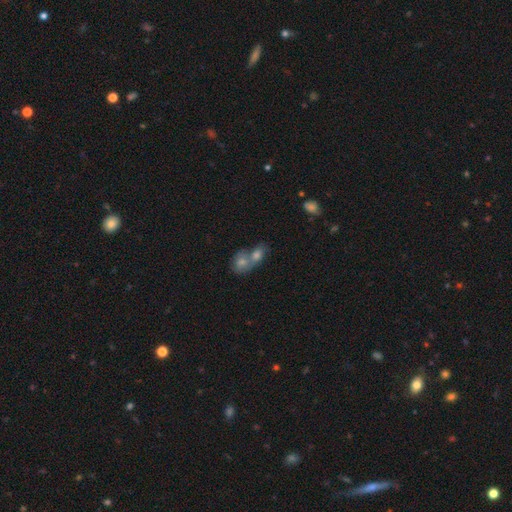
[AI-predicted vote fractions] Smooth or featured? Predicted: smooth (p=0.59). How rounded? Predicted: round (p=0.50). Merging? Predicted: merger (p=0.67).